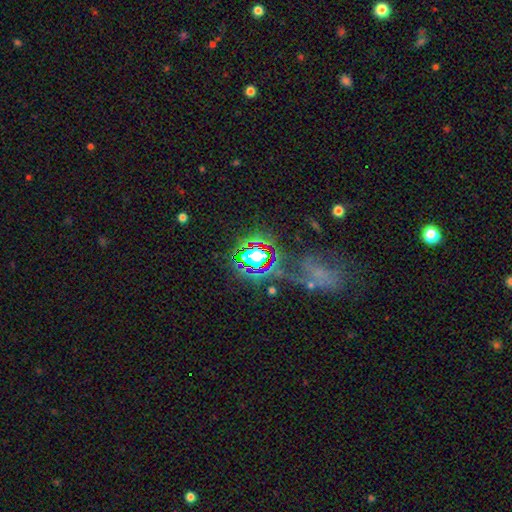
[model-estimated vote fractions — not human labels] Smooth or featured?
  - star or artifact: 64% *
  - smooth: 20%
  - featured or disk: 16%